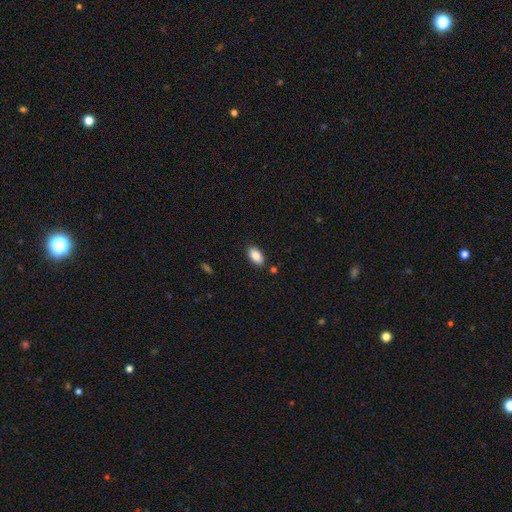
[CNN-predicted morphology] Overall: smooth (86%). How rounded: in between (94%). Merging: none (86%).